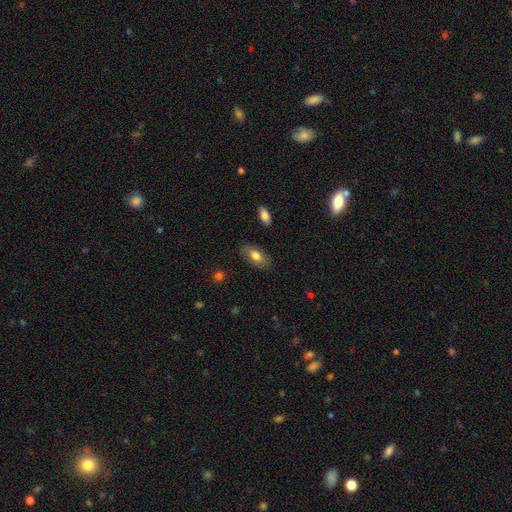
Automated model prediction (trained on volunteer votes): smooth_or_featured: smooth (p=0.71) [alt: featured or disk p=0.23]
how_rounded: in between (p=0.92) [alt: cigar-shaped p=0.04]
merging: none (p=0.81) [alt: minor disturbance p=0.14]